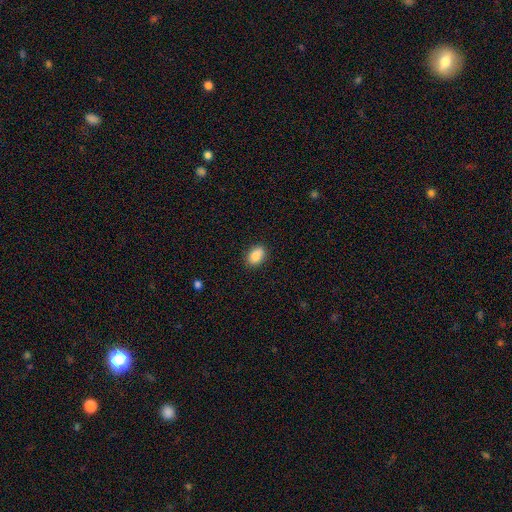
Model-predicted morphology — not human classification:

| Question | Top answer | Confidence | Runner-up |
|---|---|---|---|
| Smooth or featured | smooth | 87% | star or artifact (8%) |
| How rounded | in between | 86% | round (13%) |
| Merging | none | 87% | minor disturbance (10%) |